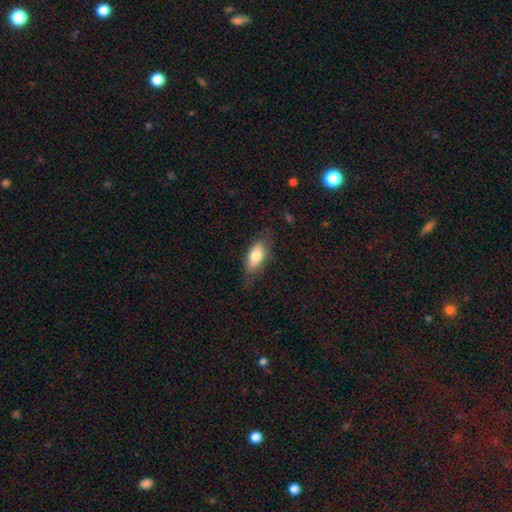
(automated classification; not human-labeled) Smooth or featured? smooth (74%)
How rounded? in between (83%)
Merging? none (73%)